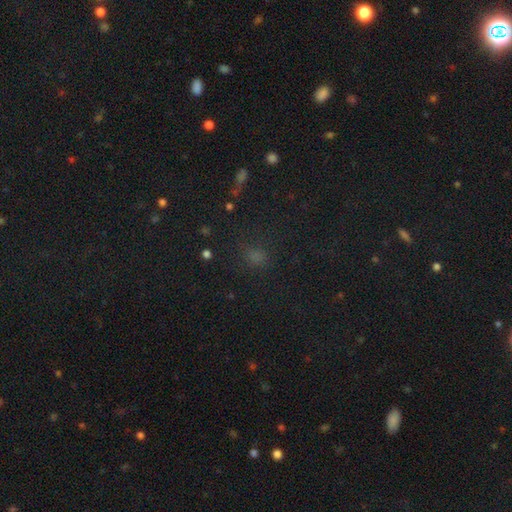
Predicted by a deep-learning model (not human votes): A smooth galaxy with no disk features (60%) that is round (57%).

Vote fractions:
- Smooth or featured? smooth: 60% / star or artifact: 33% / featured or disk: 7%
- How rounded? round: 57% / in between: 40% / cigar-shaped: 3%
- Merging? none: 72% / minor disturbance: 15% / major disturbance: 8% / merger: 4%